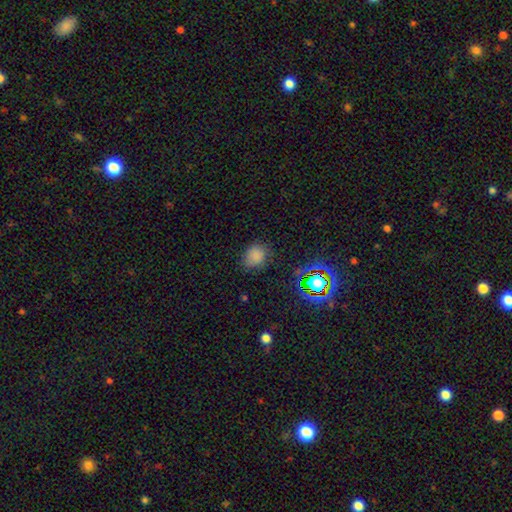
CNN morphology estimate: The model was most divided on "how rounded": round: 53%, in between: 46%, cigar-shaped: 1%. More confident: smooth or featured — smooth (75%); merging — none (73%).